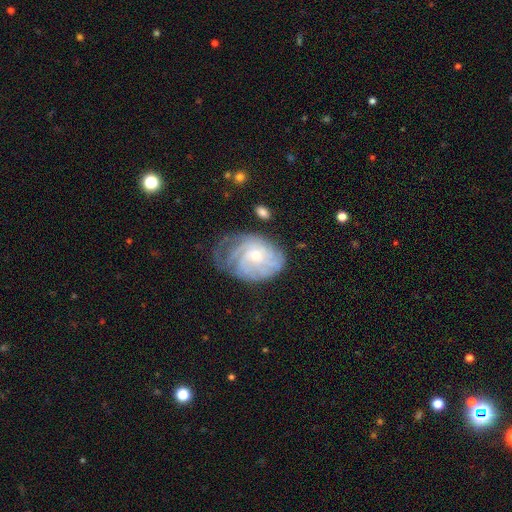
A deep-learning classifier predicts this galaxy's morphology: This is likely a featured or disk galaxy (76%). It is clearly not viewed edge-on (97%). Bar: likely no (73%). Spiral arm pattern: clearly yes (92%). Spiral arm count: possibly can't tell (46%). Spiral winding: likely tight (64%). Central bulge: possibly small (54%). Merging: possibly none (53%).